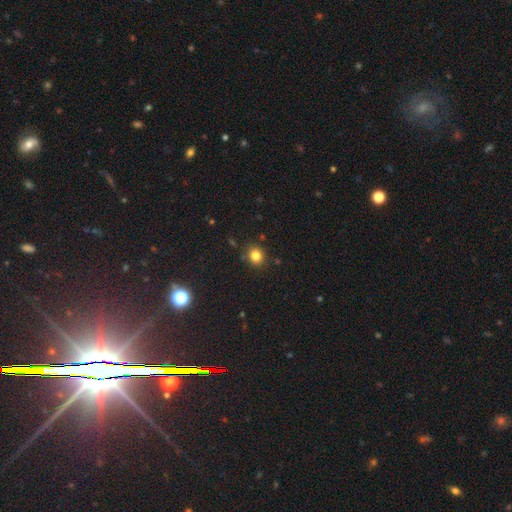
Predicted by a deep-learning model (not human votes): Smooth or featured? Predicted: smooth (p=0.81). How rounded? Predicted: round (p=0.80). Merging? Predicted: none (p=0.86).